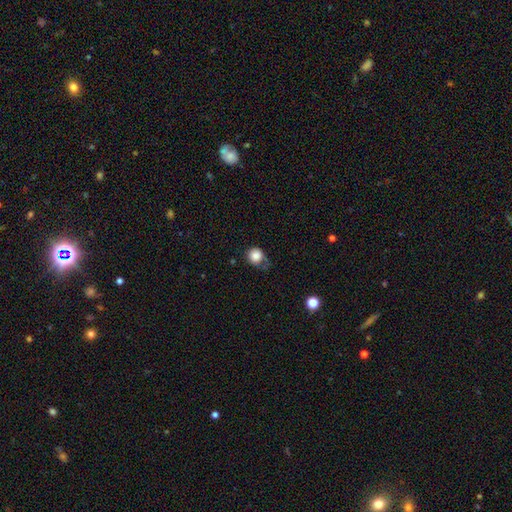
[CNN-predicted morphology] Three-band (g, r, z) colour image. It shows a smooth galaxy with no disk features (84%) that is round (85%). Merging: none (46%).